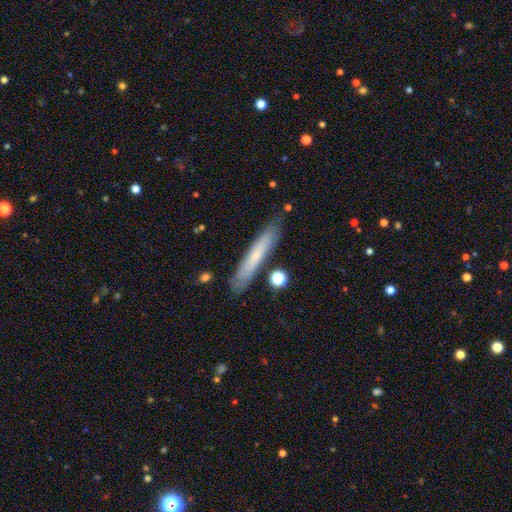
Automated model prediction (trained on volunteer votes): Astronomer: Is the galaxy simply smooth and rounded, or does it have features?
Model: smooth — 58% (runner-up: featured or disk, 35%).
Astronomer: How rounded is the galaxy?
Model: cigar-shaped — 92%.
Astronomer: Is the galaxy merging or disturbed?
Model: none — 82%.